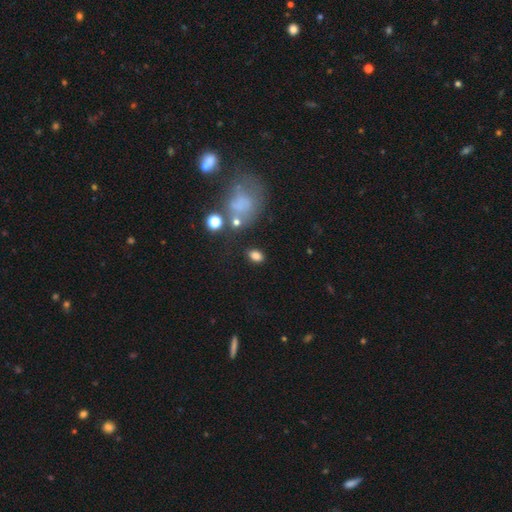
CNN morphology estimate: smooth 80%, star or artifact 13%, featured or disk 7%. Down the decision tree: how rounded — in between (83%); merging — none (79%).